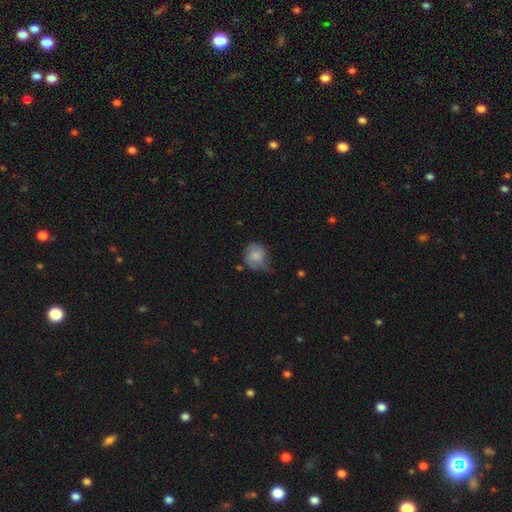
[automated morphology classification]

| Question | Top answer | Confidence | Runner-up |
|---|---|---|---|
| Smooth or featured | smooth | 67% | featured or disk (25%) |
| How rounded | round | 71% | in between (28%) |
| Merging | none | 41% | minor disturbance (39%) |